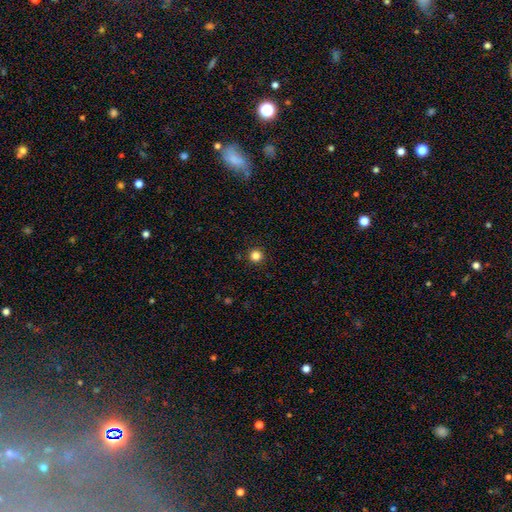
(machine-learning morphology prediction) smooth_or_featured: smooth (p=0.84) [alt: star or artifact p=0.12]
how_rounded: round (p=0.96) [alt: in between p=0.03]
merging: none (p=0.92) [alt: minor disturbance p=0.05]